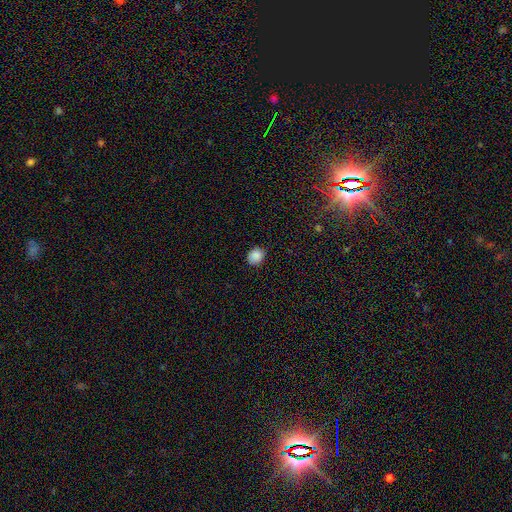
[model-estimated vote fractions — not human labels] Smooth or featured: smooth — 87% (star or artifact — 9%)
How rounded: round — 64% (in between — 35%)
Merging: none — 86% (minor disturbance — 11%)